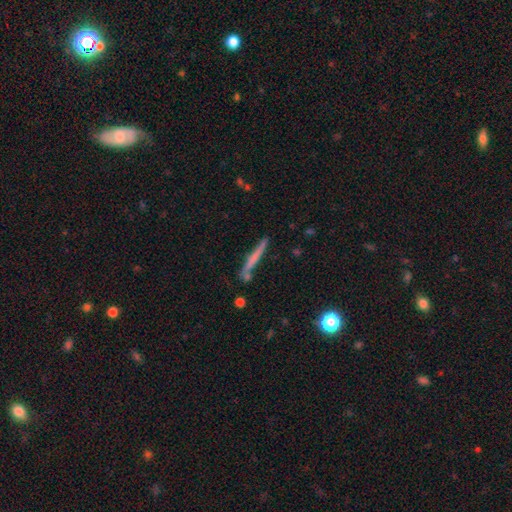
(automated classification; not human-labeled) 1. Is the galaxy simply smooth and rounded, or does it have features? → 51% smooth, 41% featured or disk, 8% star or artifact.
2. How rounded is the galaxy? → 96% cigar-shaped, 3% in between, 2% round.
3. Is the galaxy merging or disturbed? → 79% none, 12% minor disturbance, 6% merger, 3% major disturbance.